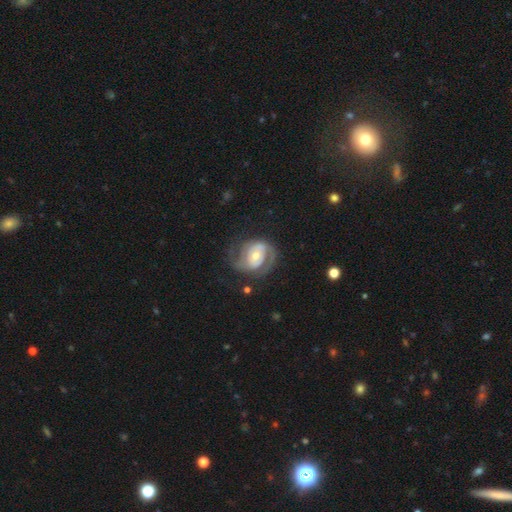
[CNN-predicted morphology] smooth-or-featured: featured or disk: 80% | smooth: 14% | star or artifact: 5%
  disk-edge-on: no: 98% | yes: 2%
    bar: no: 53% | weak: 35% | strong: 12%
    has-spiral-arms: yes: 90% | no: 10%
      spiral-winding: tight: 45% | medium: 40% | loose: 15%
      spiral-arm-count: 2: 66% | can't tell: 15% | 1: 9% | 3: 6% | 4: 2% | more than 4: 2%
    bulge-size: moderate: 55% | small: 37% | large: 6% | none: 1% | dominant: 1%
  merging: none: 59% | minor disturbance: 20% | major disturbance: 19% | merger: 2%